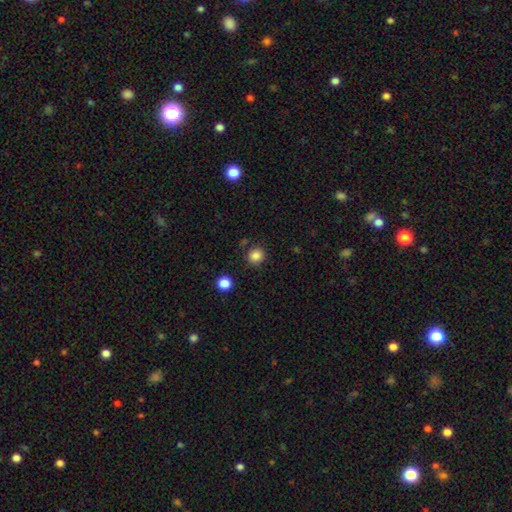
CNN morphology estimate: smooth_or_featured: smooth (p=0.85) [alt: star or artifact p=0.11]
how_rounded: round (p=0.90) [alt: in between p=0.09]
merging: none (p=0.86) [alt: minor disturbance p=0.08]